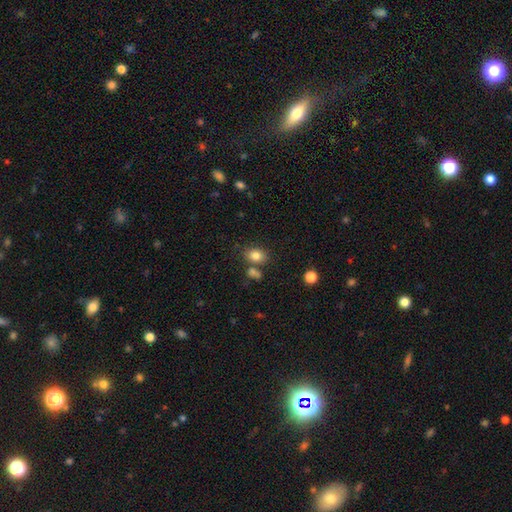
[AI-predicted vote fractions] This is clearly a smooth galaxy (82%). How rounded: likely in between (63%). Merging: likely none (68%).